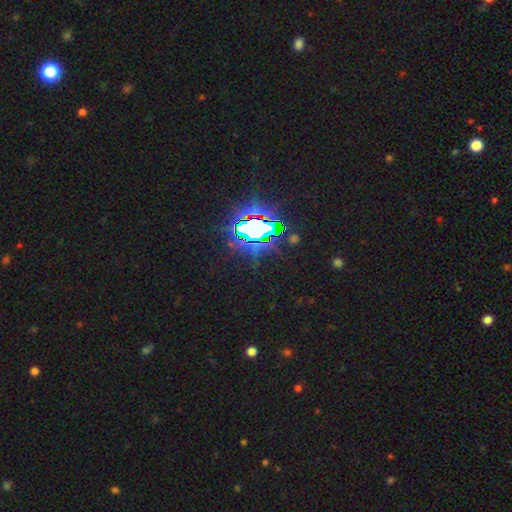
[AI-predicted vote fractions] Q: Smooth or featured?
A: star or artifact (85%); runner-up: smooth (9%)